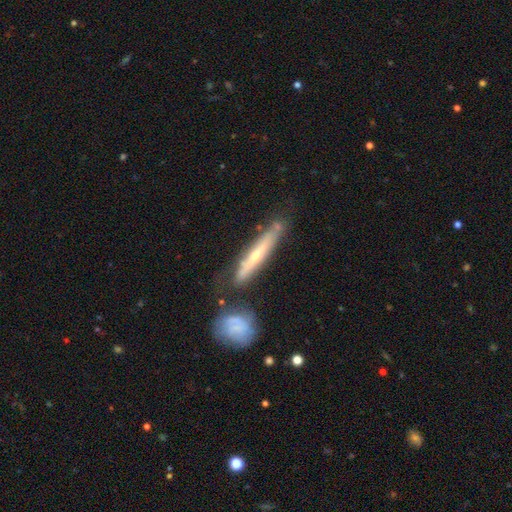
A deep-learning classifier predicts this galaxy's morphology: Q: Smooth or featured?
A: featured or disk (63%); runner-up: smooth (31%)
Q: Edge-on disk?
A: yes (84%); runner-up: no (16%)
Q: Edge-on bulge?
A: rounded (69%); runner-up: none (27%)
Q: Merging?
A: none (67%); runner-up: minor disturbance (19%)